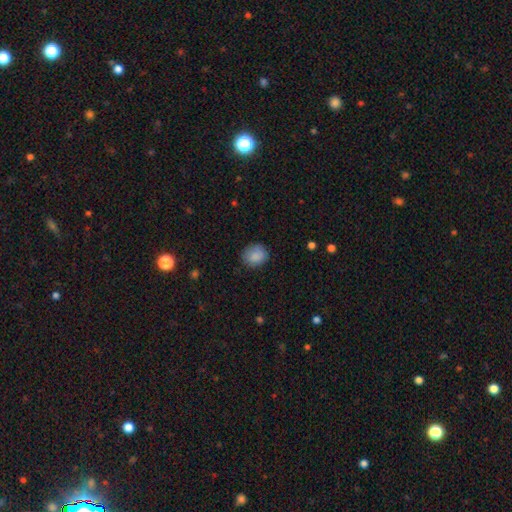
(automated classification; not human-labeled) smooth_or_featured: smooth (p=0.87) [alt: star or artifact p=0.08]
how_rounded: round (p=0.67) [alt: in between p=0.32]
merging: none (p=0.81) [alt: minor disturbance p=0.15]